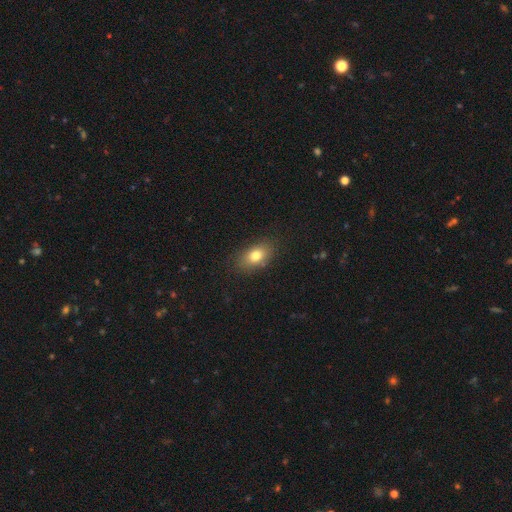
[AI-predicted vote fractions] Smooth or featured?
  - smooth: 78% *
  - featured or disk: 12%
  - star or artifact: 10%
How rounded?
  - in between: 84% *
  - round: 13%
  - cigar-shaped: 3%
Merging?
  - none: 83% *
  - minor disturbance: 12%
  - major disturbance: 4%
  - merger: 1%